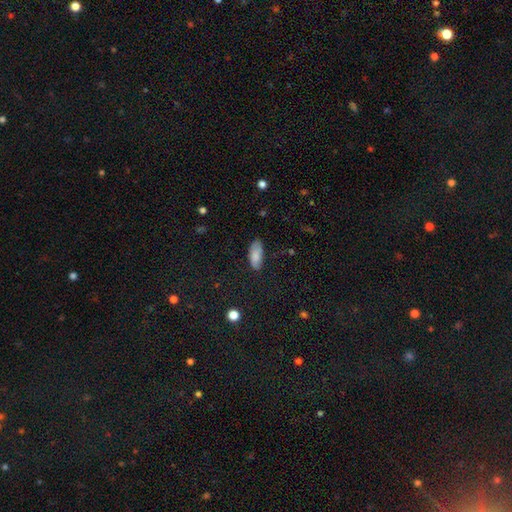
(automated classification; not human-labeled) Q: Smooth or featured?
A: smooth (81%); runner-up: featured or disk (12%)
Q: How rounded?
A: in between (87%); runner-up: cigar-shaped (11%)
Q: Merging?
A: none (73%); runner-up: minor disturbance (21%)